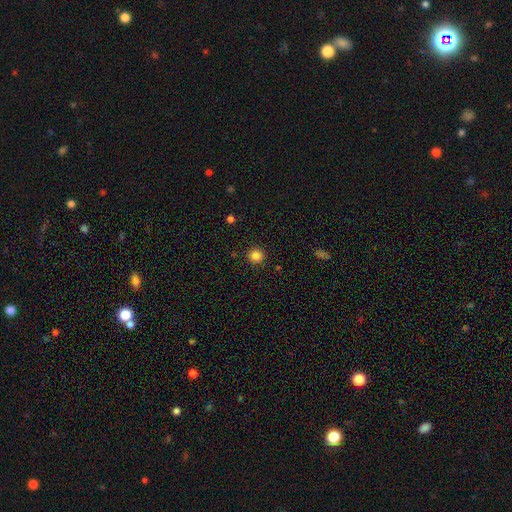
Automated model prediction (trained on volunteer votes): A smooth galaxy with no disk features (84%) that is round (92%).

Vote fractions:
- Smooth or featured? smooth: 84% / star or artifact: 12% / featured or disk: 4%
- How rounded? round: 92% / in between: 7% / cigar-shaped: 1%
- Merging? none: 90% / minor disturbance: 6% / major disturbance: 2% / merger: 1%